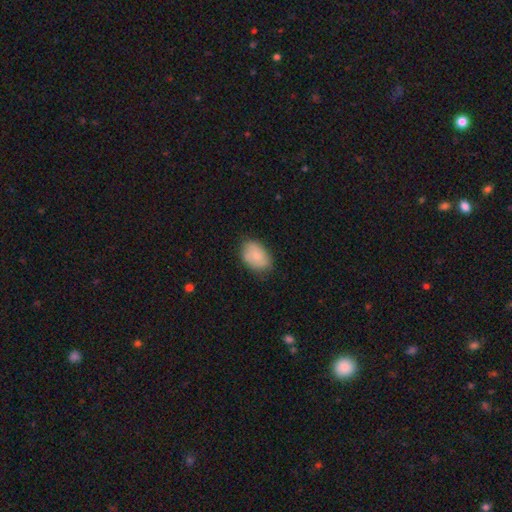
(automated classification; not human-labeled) This is likely a smooth galaxy (78%). How rounded: clearly in between (84%). Merging: likely none (75%).